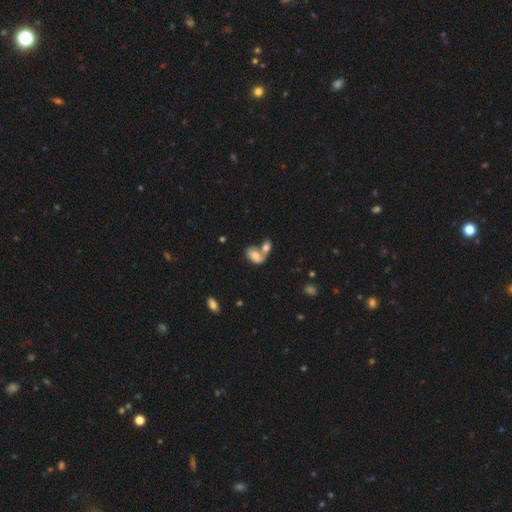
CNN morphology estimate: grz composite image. It shows a smooth galaxy with no disk features (71%) that is in between round and cigar-shaped (88%). Merging: merger (63%).